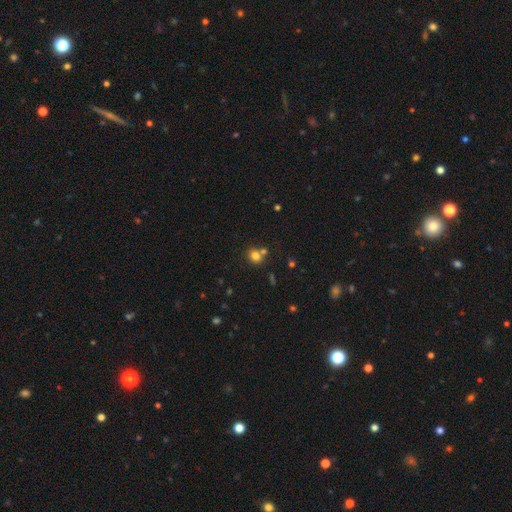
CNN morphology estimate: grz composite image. It shows a smooth galaxy with no disk features (78%) that is round (75%). Merging: none (62%).